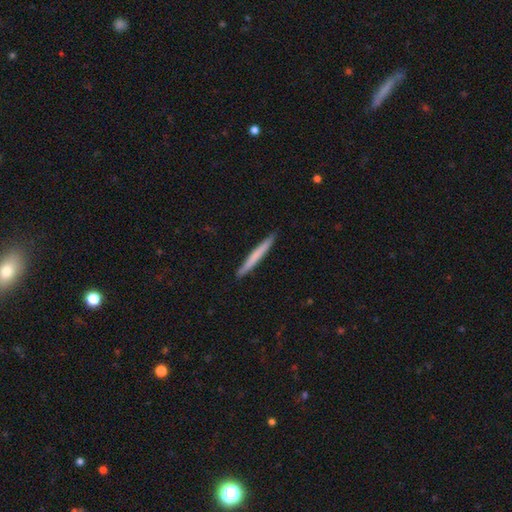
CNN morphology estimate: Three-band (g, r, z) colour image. It shows a smooth galaxy with no disk features (66%) that is cigar-shaped (97%). Merging: none (91%).